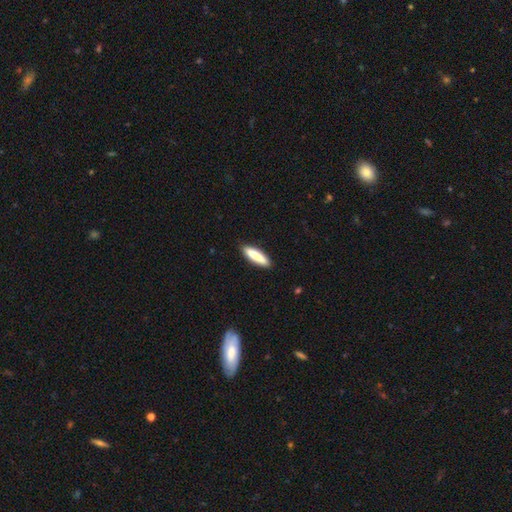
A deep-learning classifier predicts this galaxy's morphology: smooth 85%, featured or disk 10%, star or artifact 5%. Down the decision tree: how rounded — cigar-shaped (72%); merging — none (89%).